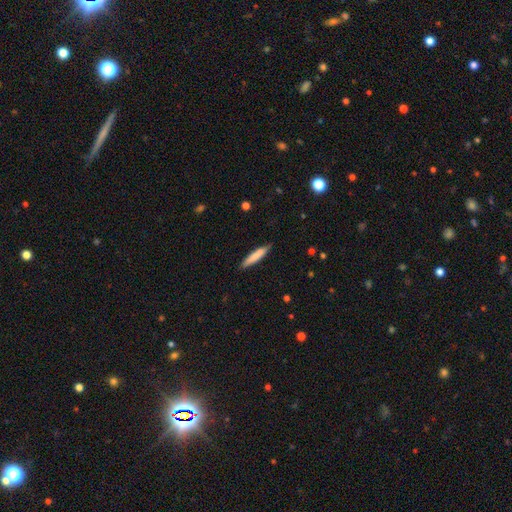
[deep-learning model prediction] Smooth or featured? Predicted: smooth (p=0.78). How rounded? Predicted: cigar-shaped (p=0.91). Merging? Predicted: none (p=0.86).